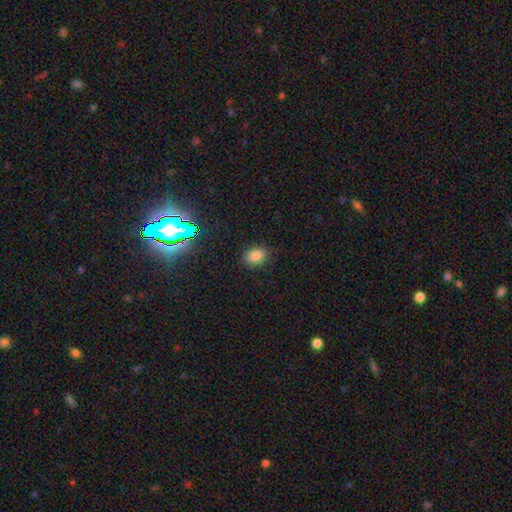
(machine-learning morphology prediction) The model was most divided on "how rounded": in between: 69%, round: 29%, cigar-shaped: 1%. More confident: merging — none (86%); smooth or featured — smooth (81%).